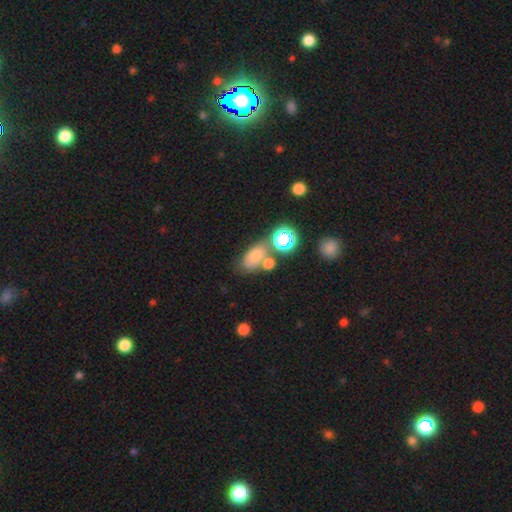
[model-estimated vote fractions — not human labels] The model was most divided on "merging": none: 52%, merger: 24%, minor disturbance: 16%, major disturbance: 8%. More confident: how rounded — in between (72%); smooth or featured — smooth (59%).